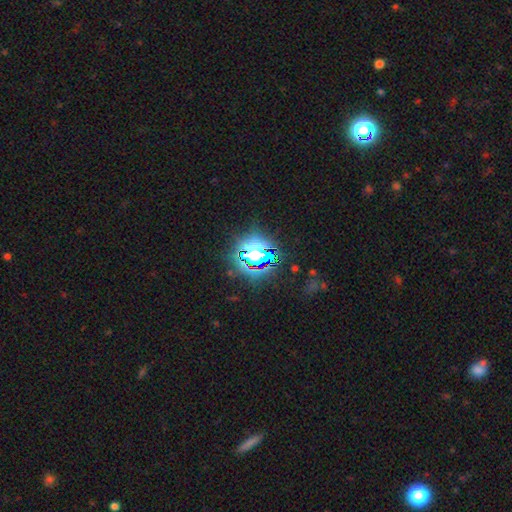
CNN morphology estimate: This appears to be a star or artifact, not a galaxy (68%).